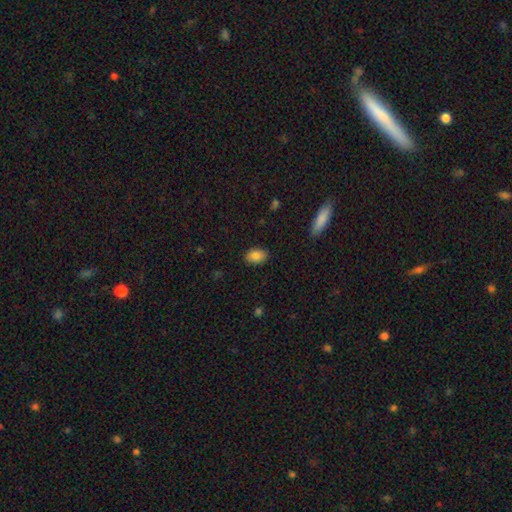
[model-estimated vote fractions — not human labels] Q: Smooth or featured?
A: smooth (86%); runner-up: star or artifact (8%)
Q: How rounded?
A: in between (85%); runner-up: round (13%)
Q: Merging?
A: none (88%); runner-up: minor disturbance (9%)